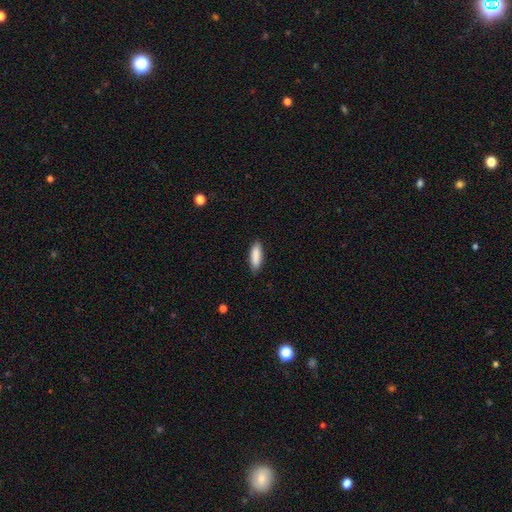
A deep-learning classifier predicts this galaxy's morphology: The model was most divided on "how rounded": in between: 52%, cigar-shaped: 46%, round: 2%. More confident: smooth or featured — smooth (89%); merging — none (86%).